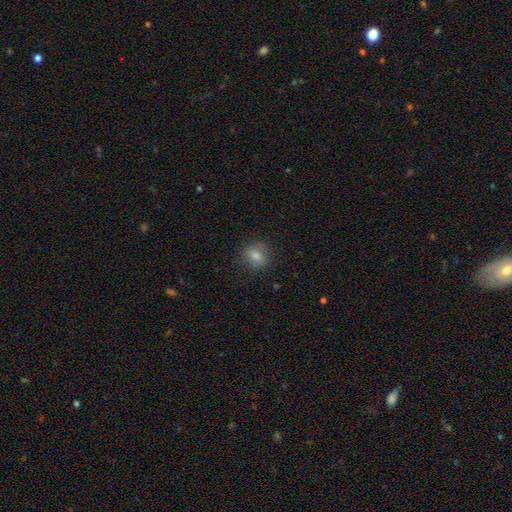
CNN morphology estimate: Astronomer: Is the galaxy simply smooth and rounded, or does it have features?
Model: smooth — 72%.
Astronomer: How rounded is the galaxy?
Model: round — 74%.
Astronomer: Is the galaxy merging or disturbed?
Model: none — 83%.